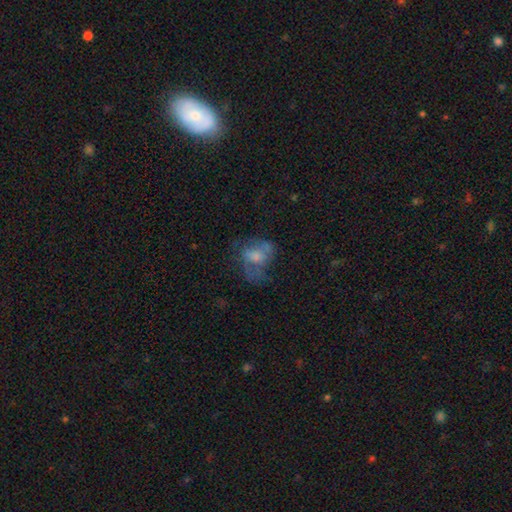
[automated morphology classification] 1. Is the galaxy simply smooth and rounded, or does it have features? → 46% featured or disk, 40% smooth, 14% star or artifact.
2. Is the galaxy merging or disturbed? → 40% none, 35% major disturbance, 21% minor disturbance, 4% merger.